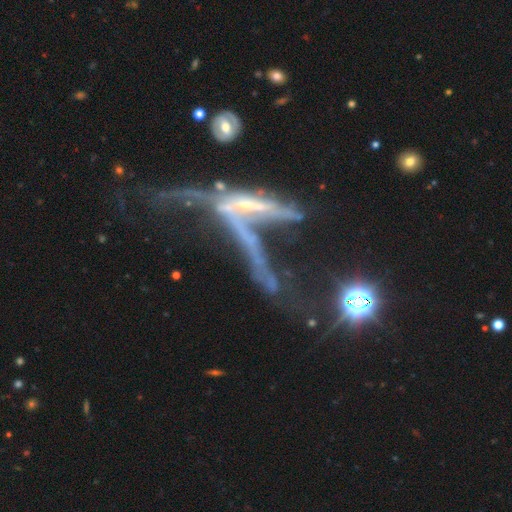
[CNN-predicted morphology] type=featured or disk (67%); edge-on=yes (51%); merging=merger (43%).